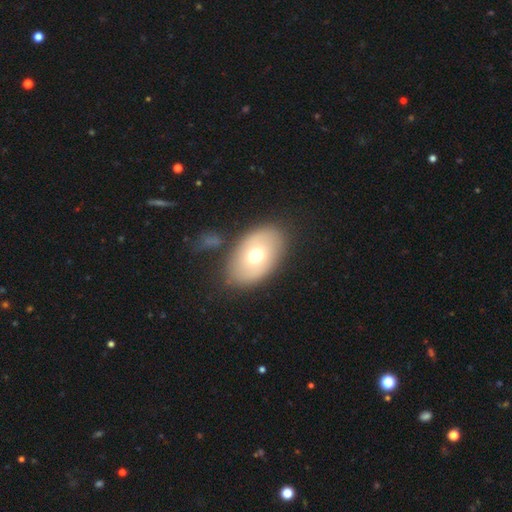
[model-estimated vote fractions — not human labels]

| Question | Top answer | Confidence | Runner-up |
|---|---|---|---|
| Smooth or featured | smooth | 64% | featured or disk (28%) |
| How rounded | in between | 88% | round (10%) |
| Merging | none | 79% | minor disturbance (12%) |